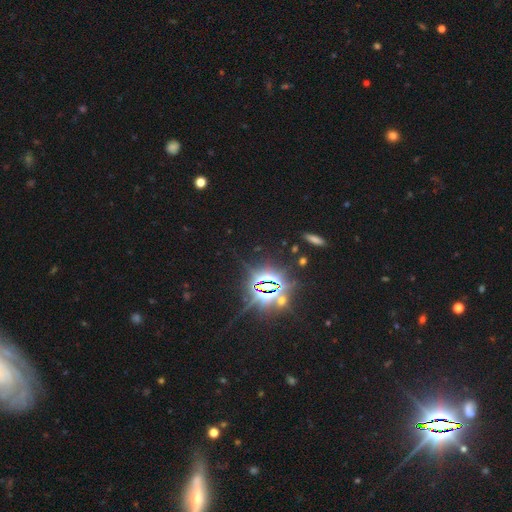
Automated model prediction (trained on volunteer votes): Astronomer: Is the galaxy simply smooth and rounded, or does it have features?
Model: star or artifact — 75%.